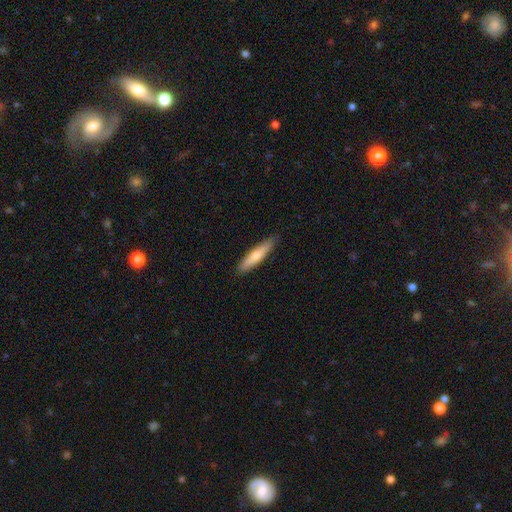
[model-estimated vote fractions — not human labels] Q: Smooth or featured?
A: smooth (59%); runner-up: featured or disk (35%)
Q: How rounded?
A: cigar-shaped (86%); runner-up: in between (13%)
Q: Merging?
A: none (89%); runner-up: minor disturbance (8%)